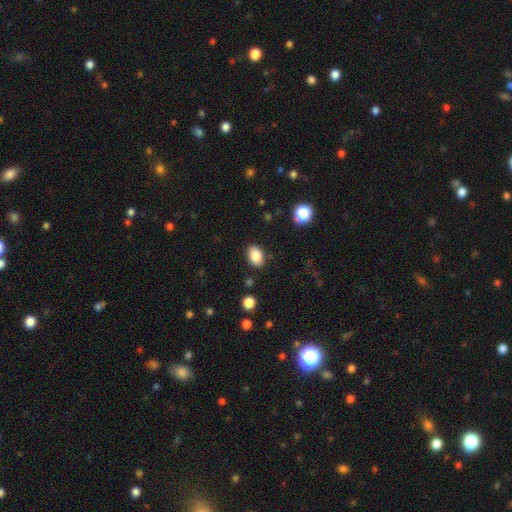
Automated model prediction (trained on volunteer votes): Morphology: type=smooth (86%); roundness=in between (85%); merging=none (88%).